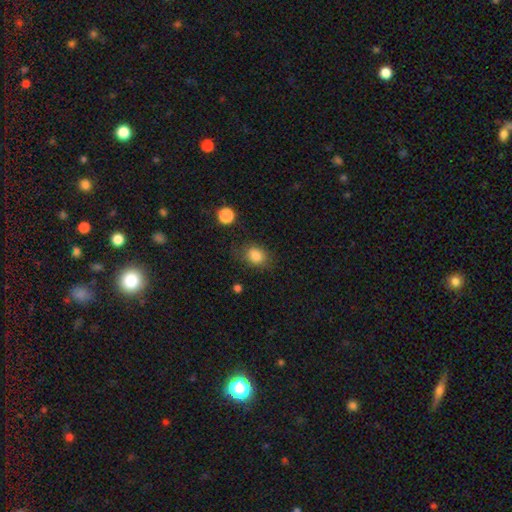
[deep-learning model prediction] The model was most divided on "how rounded": in between: 58%, round: 41%, cigar-shaped: 1%. More confident: smooth or featured — smooth (83%); merging — none (68%).